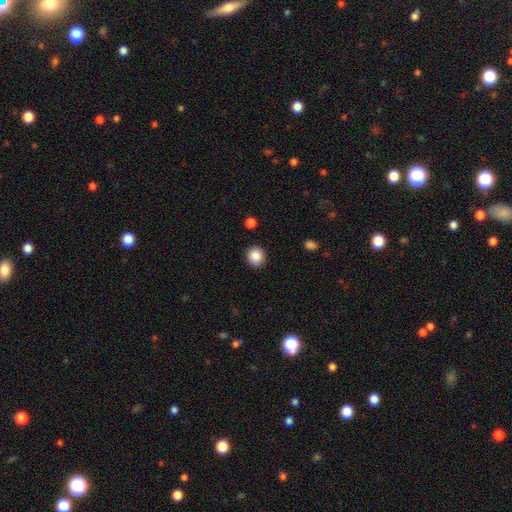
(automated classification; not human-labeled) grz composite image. It shows a smooth galaxy with no disk features (86%) that is round (88%). Merging: none (91%).